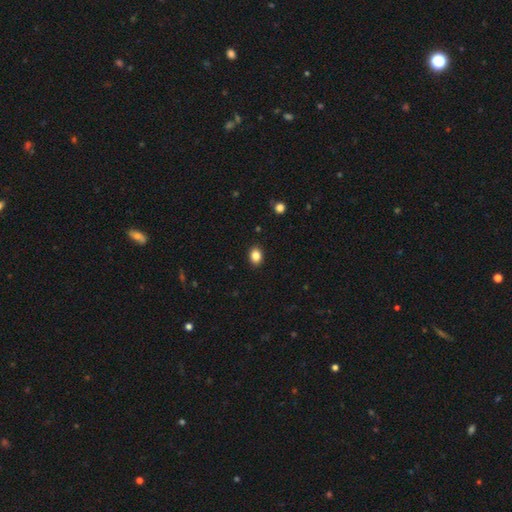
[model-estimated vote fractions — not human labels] smooth_or_featured: smooth (p=0.86) [alt: star or artifact p=0.10]
how_rounded: in between (p=0.65) [alt: round p=0.34]
merging: none (p=0.90) [alt: minor disturbance p=0.08]